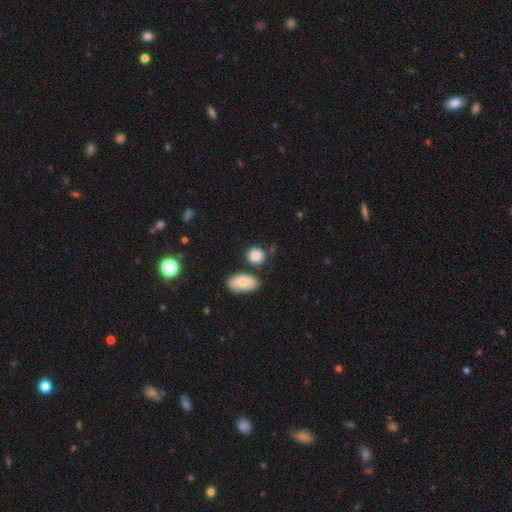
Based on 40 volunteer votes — Q: Smooth or featured?
A: smooth (92%); runner-up: featured or disk (8%)
Q: How rounded?
A: round (89%); runner-up: in between (11%)
Q: Merging?
A: none (90%); runner-up: merger (5%)